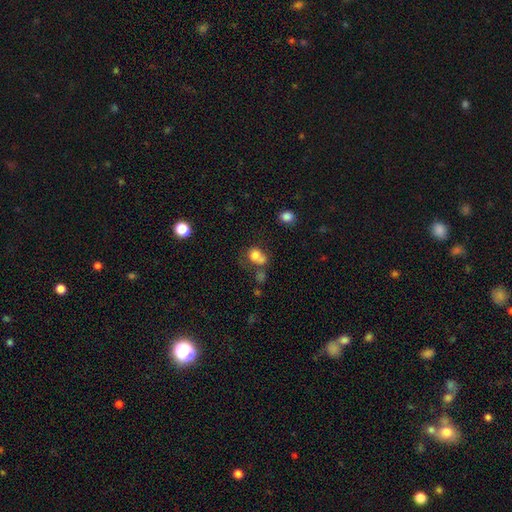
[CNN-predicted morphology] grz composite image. It shows a smooth galaxy with no disk features (75%) that is round (56%). Merging: merger (38%).